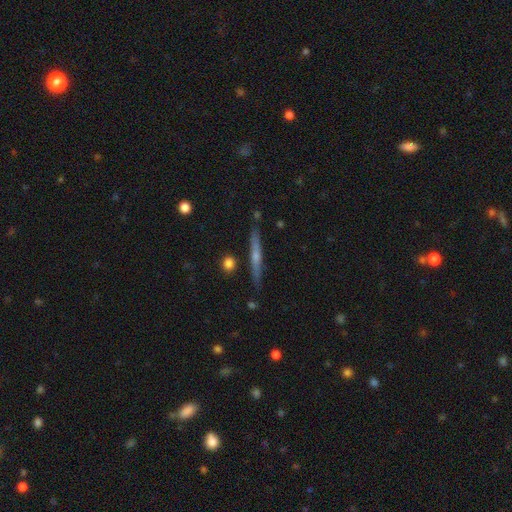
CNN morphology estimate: Overall: featured or disk (69%). Edge-on disk: yes (95%). Edge-on bulge: rounded (78%). Merging: none (85%).